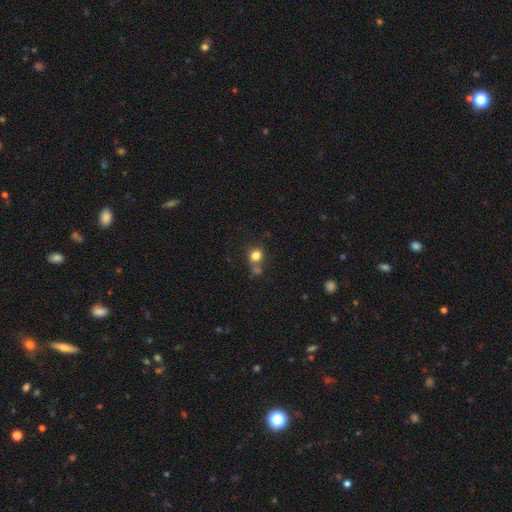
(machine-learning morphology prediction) This appears to be a smooth galaxy with no disk features (80%) that is round (76%). Merging: none (57%).